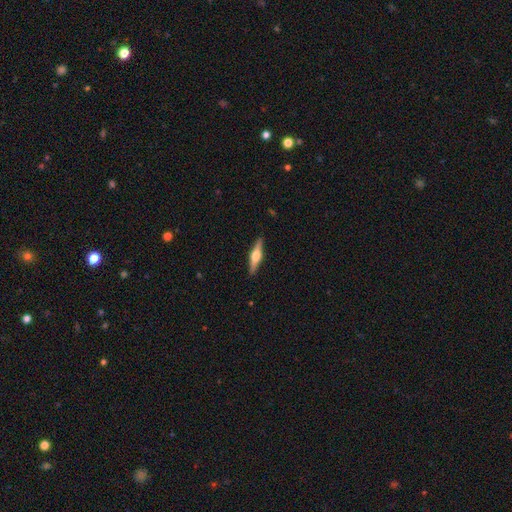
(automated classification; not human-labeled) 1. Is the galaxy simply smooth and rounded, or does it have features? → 67% featured or disk, 28% smooth, 5% star or artifact.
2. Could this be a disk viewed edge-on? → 97% yes, 3% no.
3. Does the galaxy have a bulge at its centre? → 93% rounded, 5% boxy, 2% none.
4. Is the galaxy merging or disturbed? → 90% none, 7% minor disturbance, 1% major disturbance, 1% merger.